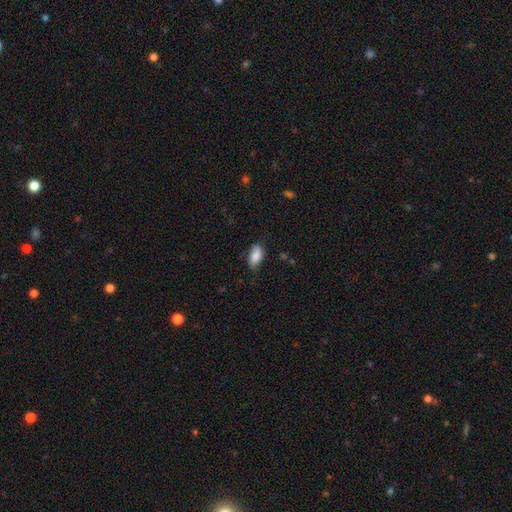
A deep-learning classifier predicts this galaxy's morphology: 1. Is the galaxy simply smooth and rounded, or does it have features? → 82% smooth, 11% featured or disk, 7% star or artifact.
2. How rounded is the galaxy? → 92% in between, 4% cigar-shaped, 4% round.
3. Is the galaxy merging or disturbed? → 65% none, 27% minor disturbance, 6% major disturbance, 2% merger.